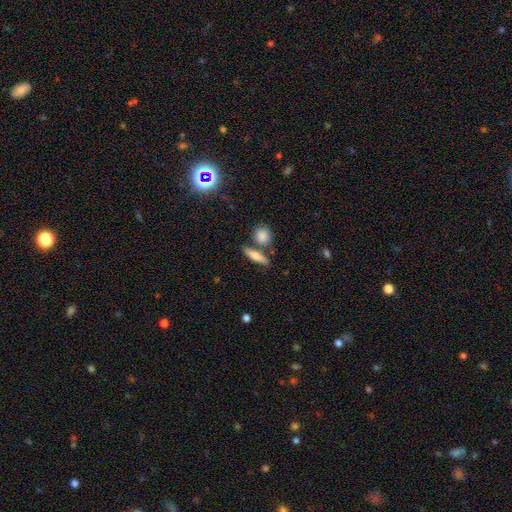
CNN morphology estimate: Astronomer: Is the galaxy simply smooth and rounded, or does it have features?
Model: smooth — 68%.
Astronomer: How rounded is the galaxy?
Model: cigar-shaped — 60%.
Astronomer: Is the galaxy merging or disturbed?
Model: none — 71%.